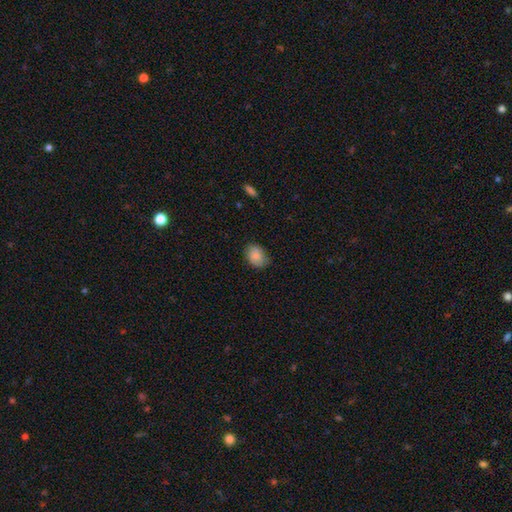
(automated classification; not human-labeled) Smooth or featured? Predicted: smooth (p=0.86). How rounded? Predicted: in between (p=0.64). Merging? Predicted: none (p=0.76).